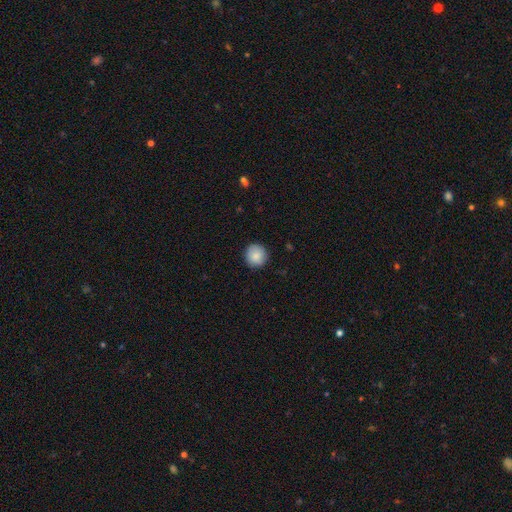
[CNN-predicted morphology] This is clearly a smooth galaxy (87%). How rounded: clearly round (93%). Merging: clearly none (89%).